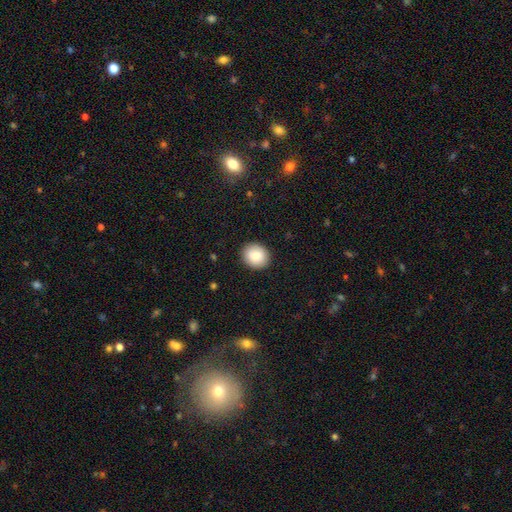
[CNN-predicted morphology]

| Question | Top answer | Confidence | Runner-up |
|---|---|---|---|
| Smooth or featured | smooth | 86% | star or artifact (7%) |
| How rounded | round | 73% | in between (26%) |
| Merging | none | 90% | minor disturbance (7%) |